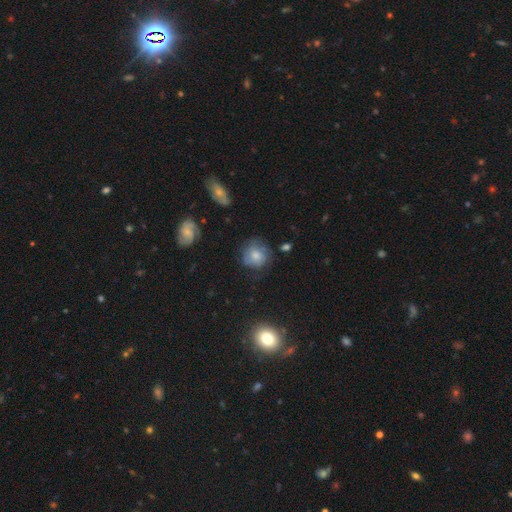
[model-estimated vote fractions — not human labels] Smooth or featured?
  - smooth: 60% *
  - featured or disk: 29%
  - star or artifact: 11%
How rounded?
  - round: 83% *
  - in between: 16%
  - cigar-shaped: 1%
Merging?
  - none: 63% *
  - minor disturbance: 24%
  - major disturbance: 11%
  - merger: 2%